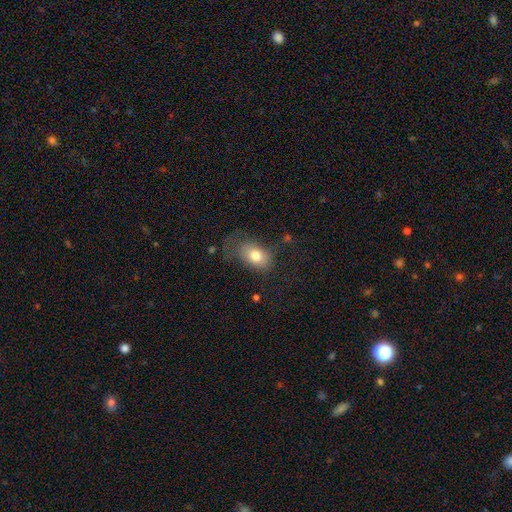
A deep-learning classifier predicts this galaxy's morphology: This appears to be a smooth galaxy with no disk features (76%) that is in between round and cigar-shaped (81%). Merging: none (49%).